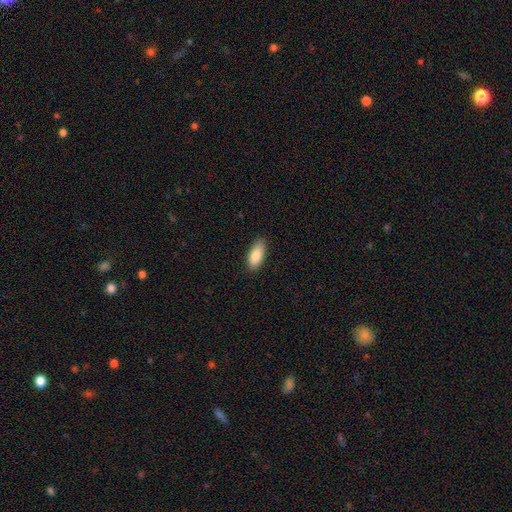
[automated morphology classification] smooth-or-featured: smooth: 86% | featured or disk: 7% | star or artifact: 6%
  how-rounded: in between: 83% | cigar-shaped: 15% | round: 2%
  merging: none: 85% | minor disturbance: 12% | major disturbance: 2% | merger: 1%